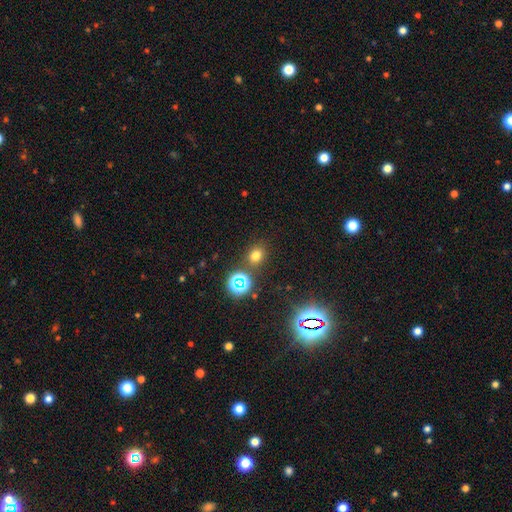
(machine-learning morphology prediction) This appears to be a smooth galaxy with no disk features (68%) that is round (67%). Merging: none (82%).